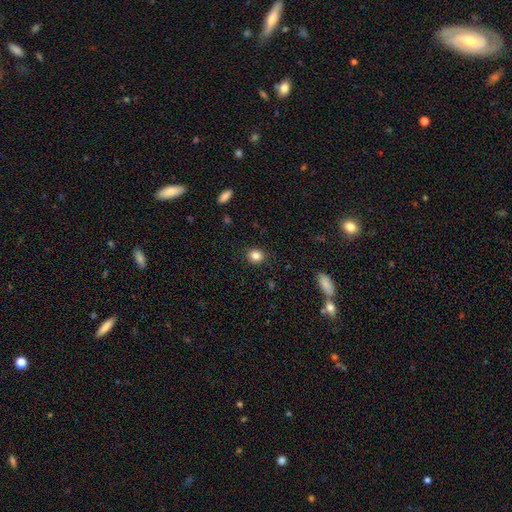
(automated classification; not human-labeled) Smooth or featured? Predicted: smooth (p=0.84). How rounded? Predicted: round (p=0.69). Merging? Predicted: none (p=0.89).